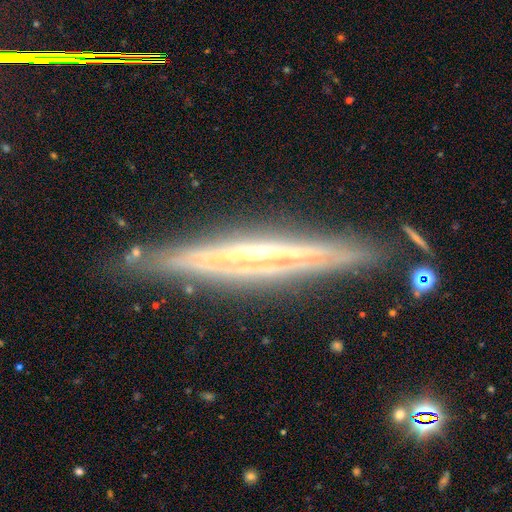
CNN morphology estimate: featured or disk 82%, smooth 10%, star or artifact 8%. Down the decision tree: edge-on disk — yes (94%); edge-on bulge — none (46%); merging — none (85%).